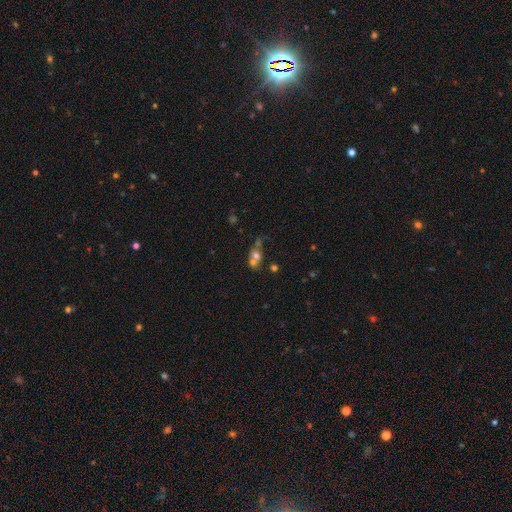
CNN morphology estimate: Smooth or featured?
  - smooth: 57% *
  - featured or disk: 26%
  - star or artifact: 17%
How rounded?
  - round: 67% *
  - in between: 31%
  - cigar-shaped: 2%
Merging?
  - merger: 59% *
  - none: 26%
  - minor disturbance: 8%
  - major disturbance: 7%